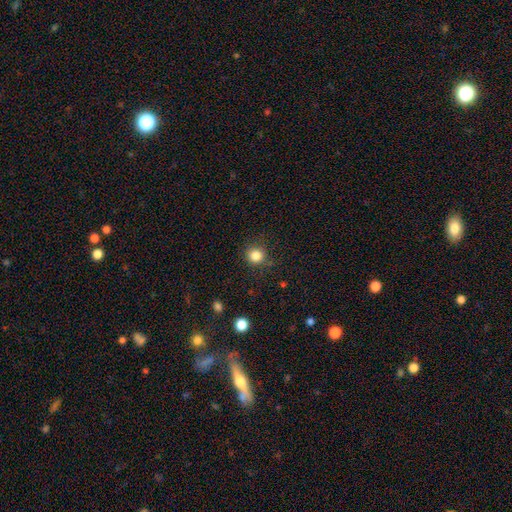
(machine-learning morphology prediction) This appears to be a smooth galaxy with no disk features (84%) that is round (92%). Merging: none (87%).